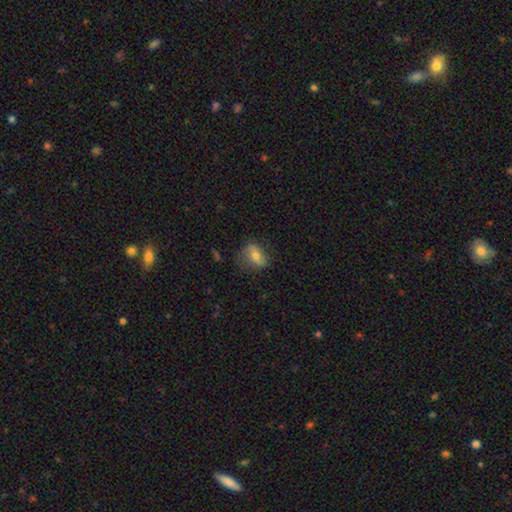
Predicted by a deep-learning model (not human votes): smooth_or_featured: smooth (p=0.53) [alt: featured or disk p=0.38]
how_rounded: in between (p=0.71) [alt: round p=0.24]
merging: none (p=0.72) [alt: minor disturbance p=0.20]